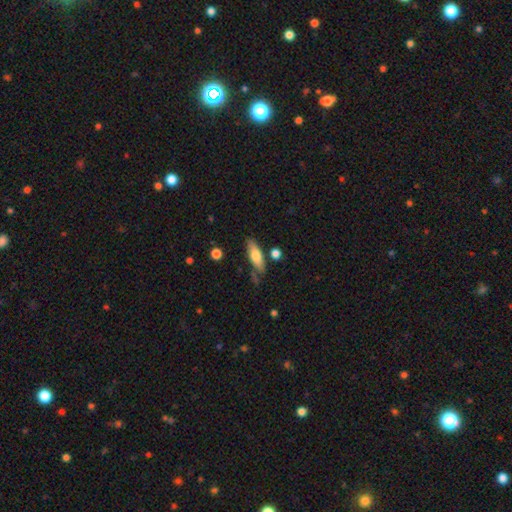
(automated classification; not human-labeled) Q: Smooth or featured?
A: smooth (68%); runner-up: featured or disk (26%)
Q: How rounded?
A: in between (55%); runner-up: cigar-shaped (42%)
Q: Merging?
A: none (70%); runner-up: minor disturbance (19%)